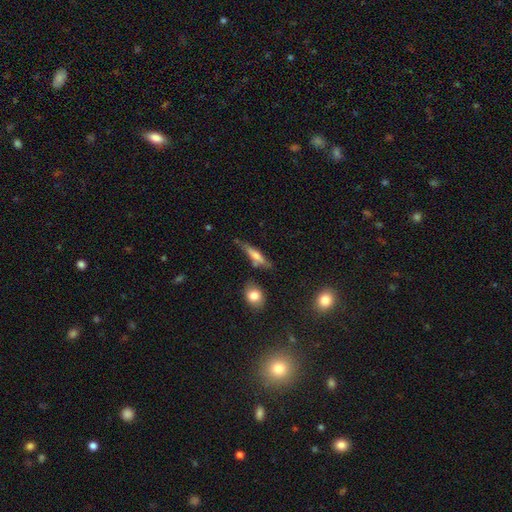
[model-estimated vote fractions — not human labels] This is possibly a smooth galaxy (54%). How rounded: likely cigar-shaped (75%). Merging: likely none (65%).